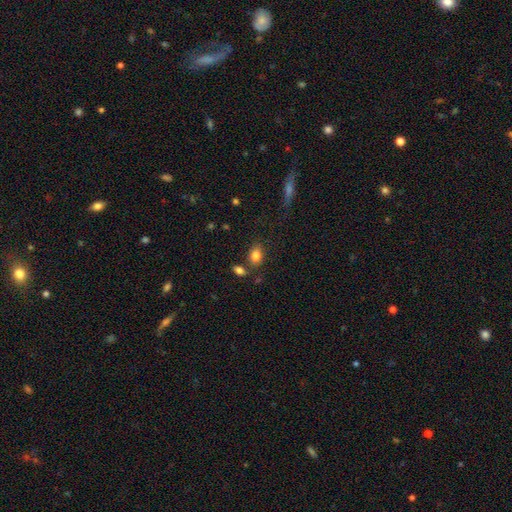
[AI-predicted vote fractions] smooth 82%, star or artifact 10%, featured or disk 8%. Down the decision tree: how rounded — in between (76%); merging — none (72%).